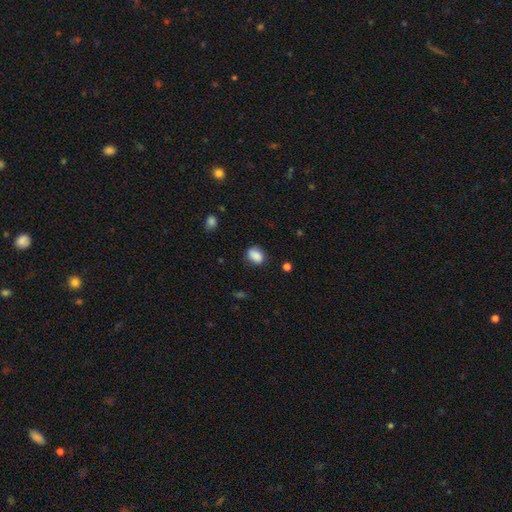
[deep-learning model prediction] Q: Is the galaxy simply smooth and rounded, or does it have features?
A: smooth — 88%.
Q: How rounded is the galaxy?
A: in between — 70%.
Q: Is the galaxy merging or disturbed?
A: none — 79%.